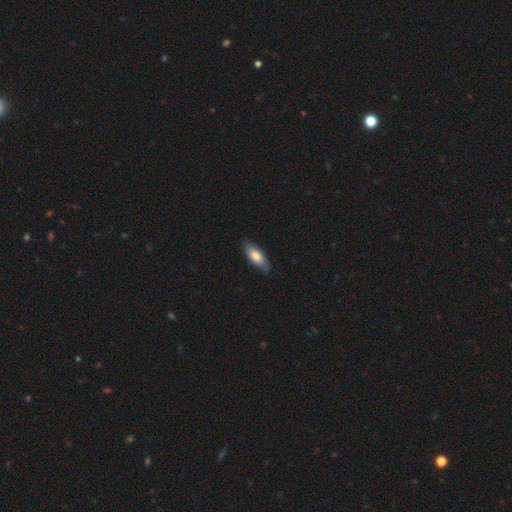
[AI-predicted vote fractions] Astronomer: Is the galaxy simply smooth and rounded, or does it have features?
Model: smooth — 78%.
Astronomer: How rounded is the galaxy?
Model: in between — 72%.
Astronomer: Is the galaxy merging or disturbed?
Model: none — 84%.